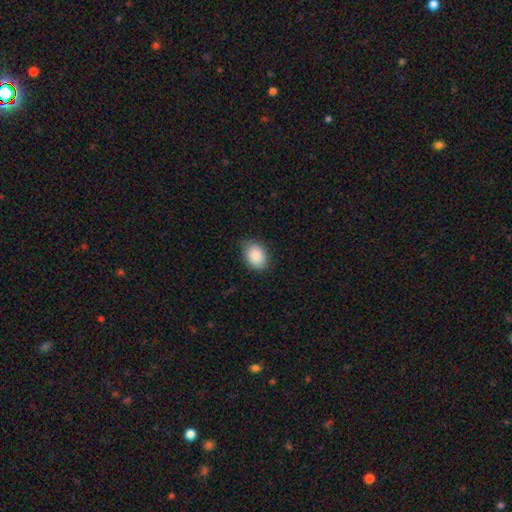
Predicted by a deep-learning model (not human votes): Smooth or featured? Predicted: smooth (p=0.88). How rounded? Predicted: in between (p=0.77). Merging? Predicted: none (p=0.79).